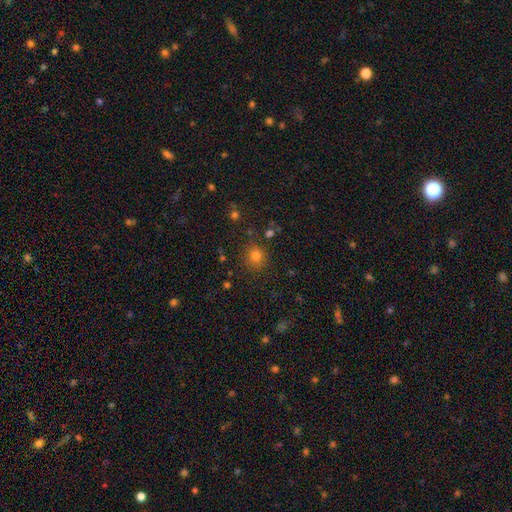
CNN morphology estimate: smooth_or_featured: smooth (p=0.76) [alt: star or artifact p=0.17]
how_rounded: round (p=0.83) [alt: in between p=0.16]
merging: none (p=0.83) [alt: minor disturbance p=0.10]